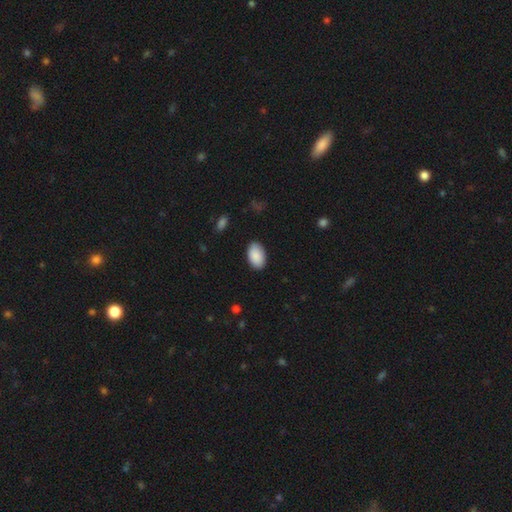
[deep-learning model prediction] A smooth galaxy with no disk features (90%) that is in between round and cigar-shaped (94%). Merging: none (88%).